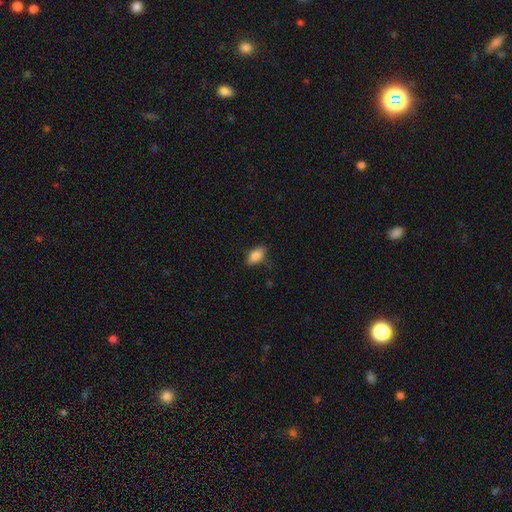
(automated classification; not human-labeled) Q: Smooth or featured?
A: smooth (83%); runner-up: featured or disk (8%)
Q: How rounded?
A: in between (88%); runner-up: round (6%)
Q: Merging?
A: none (74%); runner-up: minor disturbance (20%)